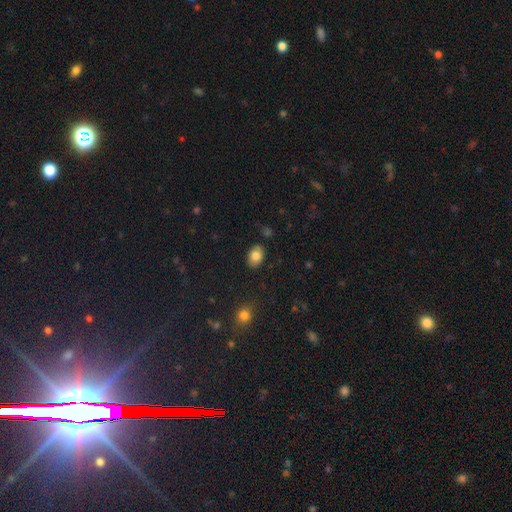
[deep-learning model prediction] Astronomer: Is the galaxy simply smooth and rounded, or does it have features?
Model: smooth — 82%.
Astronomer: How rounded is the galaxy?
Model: in between — 82%.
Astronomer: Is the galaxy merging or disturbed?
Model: none — 87%.